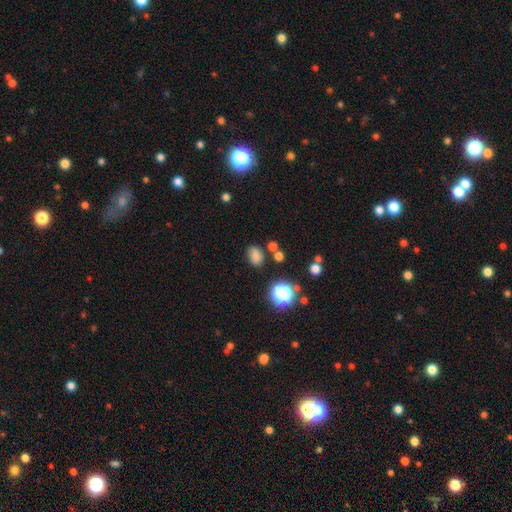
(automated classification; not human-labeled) Smooth or featured? smooth (75%)
How rounded? in between (65%)
Merging? none (72%)